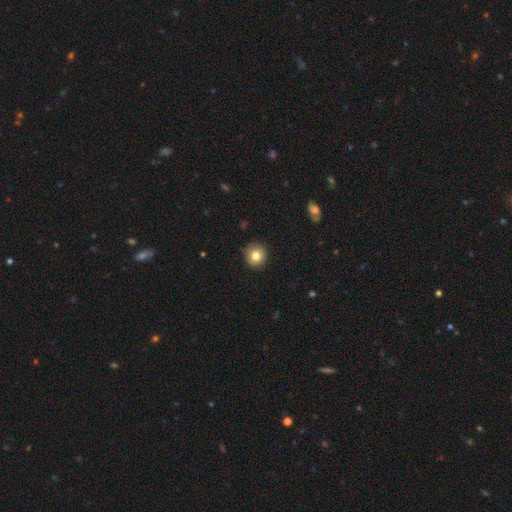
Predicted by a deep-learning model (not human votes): smooth 81%, star or artifact 10%, featured or disk 8%. Down the decision tree: how rounded — round (94%); merging — none (90%).